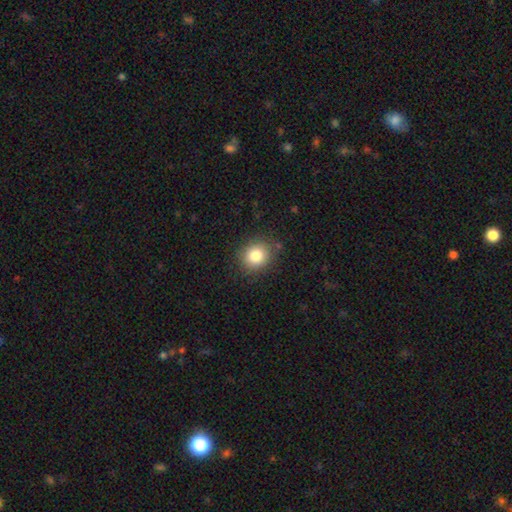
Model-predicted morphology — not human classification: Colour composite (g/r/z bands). It shows a smooth galaxy with no disk features (83%) that is round (82%). Merging: none (85%).